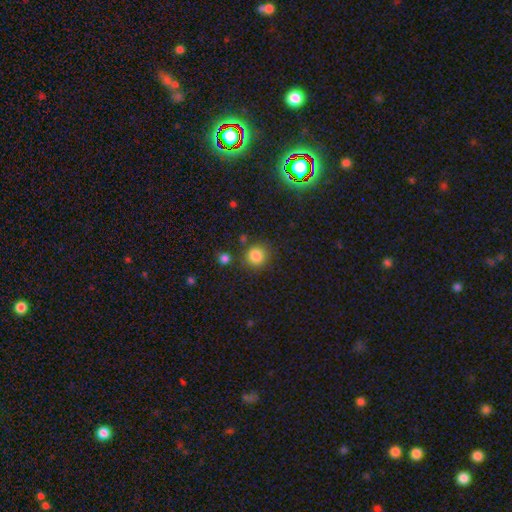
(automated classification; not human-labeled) This is clearly a smooth galaxy (84%). How rounded: clearly round (92%). Merging: clearly none (82%).